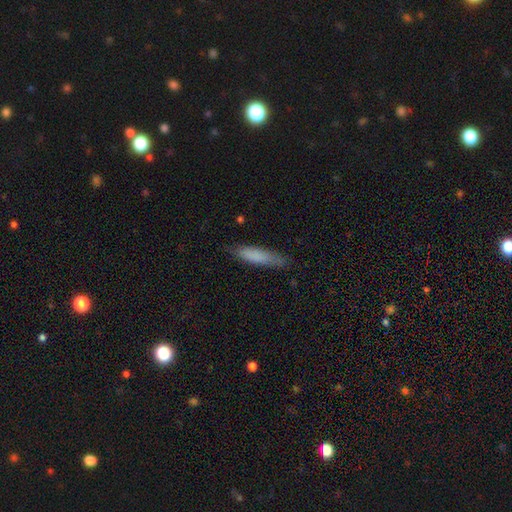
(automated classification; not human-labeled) smooth 80%, featured or disk 14%, star or artifact 6%. Down the decision tree: how rounded — cigar-shaped (78%); merging — none (78%).